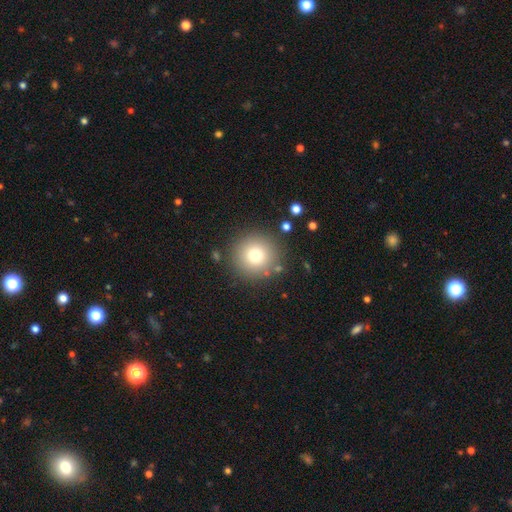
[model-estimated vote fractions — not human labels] Smooth or featured?
  - smooth: 73% *
  - star or artifact: 16%
  - featured or disk: 11%
How rounded?
  - round: 95% *
  - in between: 4%
  - cigar-shaped: 1%
Merging?
  - none: 88% *
  - minor disturbance: 7%
  - merger: 3%
  - major disturbance: 3%